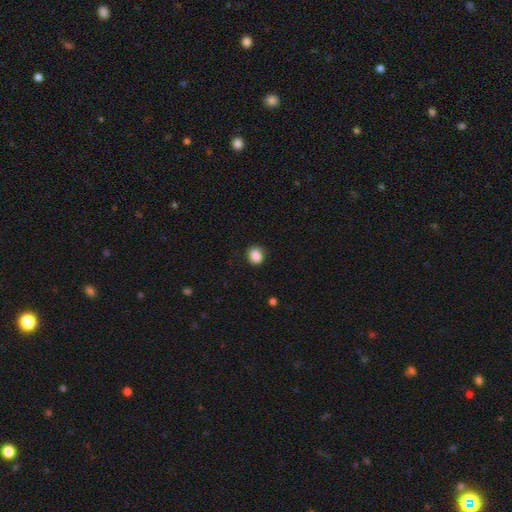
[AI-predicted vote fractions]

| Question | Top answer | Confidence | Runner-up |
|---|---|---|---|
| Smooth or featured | smooth | 87% | star or artifact (9%) |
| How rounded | round | 66% | in between (33%) |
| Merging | none | 80% | minor disturbance (15%) |